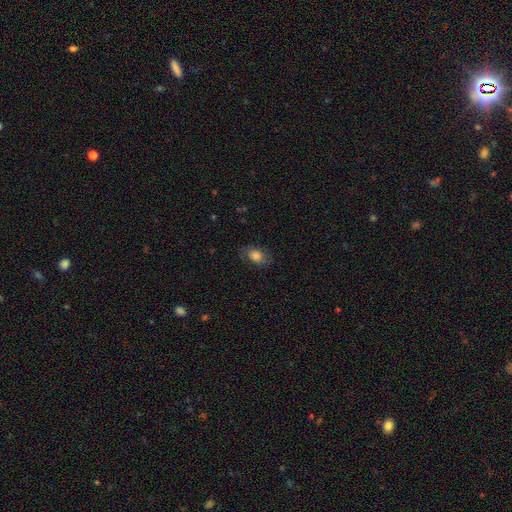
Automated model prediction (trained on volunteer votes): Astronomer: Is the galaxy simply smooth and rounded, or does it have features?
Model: smooth — 70%.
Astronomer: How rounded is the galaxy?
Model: in between — 78%.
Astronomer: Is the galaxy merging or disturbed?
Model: none — 73%.